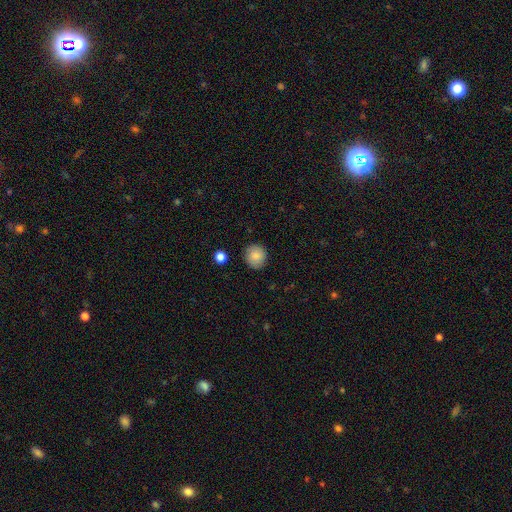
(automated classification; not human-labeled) Smooth or featured?
  - smooth: 85% *
  - star or artifact: 8%
  - featured or disk: 7%
How rounded?
  - round: 90% *
  - in between: 9%
  - cigar-shaped: 1%
Merging?
  - none: 90% *
  - minor disturbance: 7%
  - major disturbance: 2%
  - merger: 1%